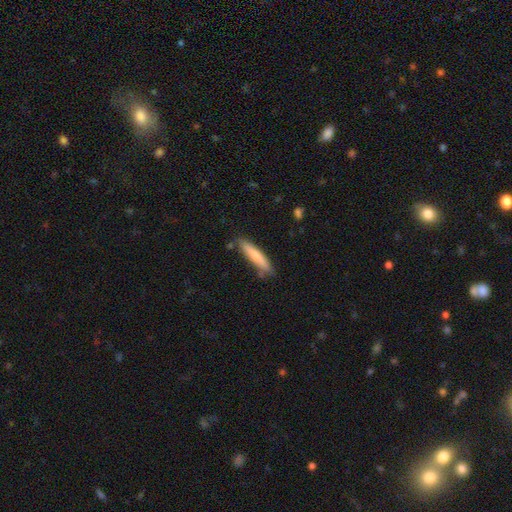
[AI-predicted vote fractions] This is likely a smooth galaxy (76%). How rounded: clearly cigar-shaped (88%). Merging: likely none (79%).